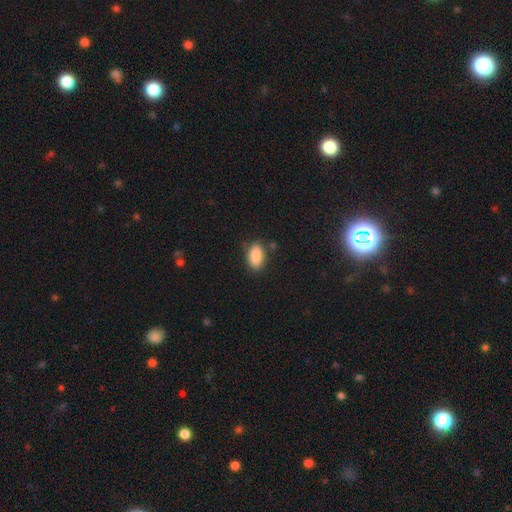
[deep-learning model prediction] smooth_or_featured: smooth (p=0.89) [alt: star or artifact p=0.07]
how_rounded: in between (p=0.91) [alt: round p=0.05]
merging: none (p=0.80) [alt: minor disturbance p=0.14]